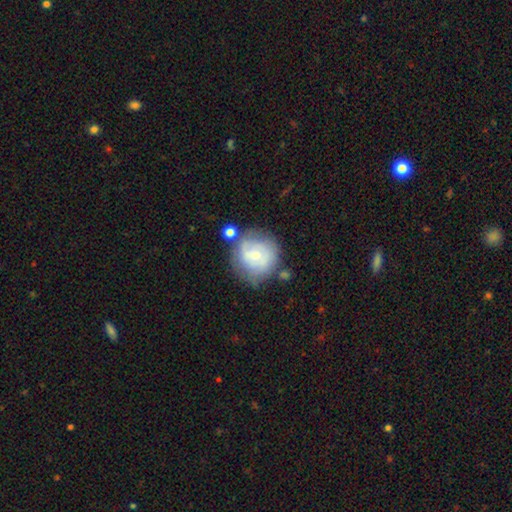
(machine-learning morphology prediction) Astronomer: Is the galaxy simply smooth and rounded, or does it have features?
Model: smooth — 52% (runner-up: featured or disk, 40%).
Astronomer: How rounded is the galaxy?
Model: round — 87%.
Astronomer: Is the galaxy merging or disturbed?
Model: none — 55%.